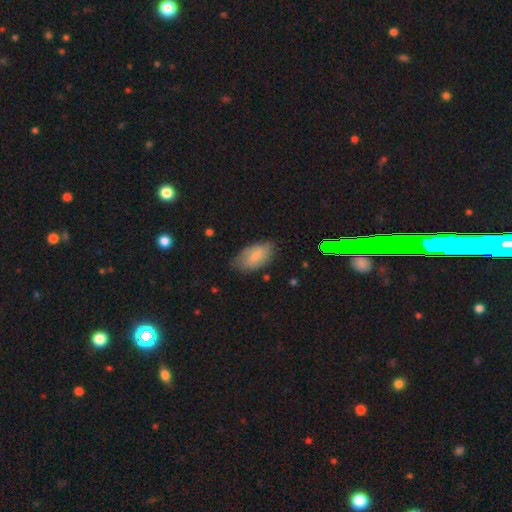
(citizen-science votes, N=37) Overall: smooth (84%). How rounded: in between (97%). Merging: none (75%).